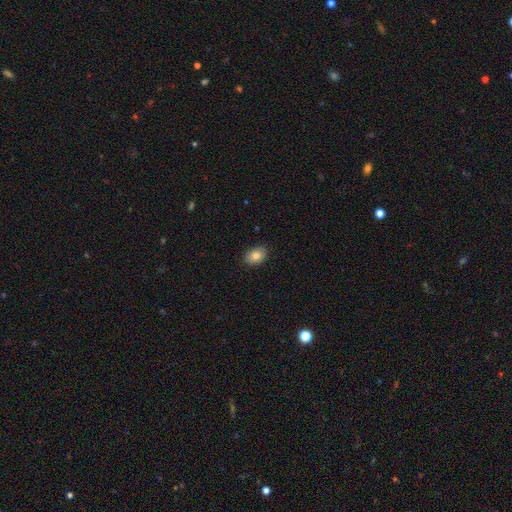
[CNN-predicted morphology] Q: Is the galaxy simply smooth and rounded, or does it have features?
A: smooth — 83%.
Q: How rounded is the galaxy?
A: in between — 78%.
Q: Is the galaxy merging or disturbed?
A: none — 87%.